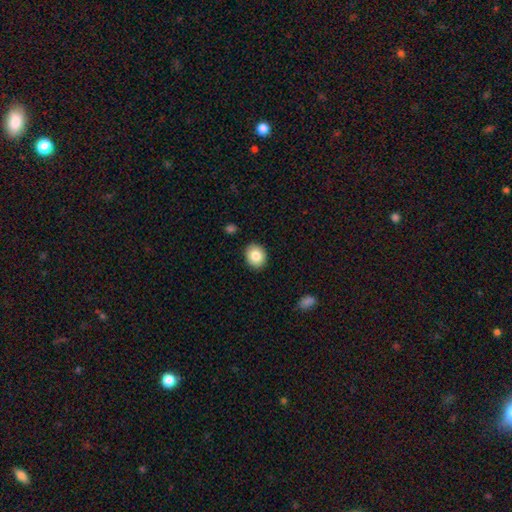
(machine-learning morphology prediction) Smooth or featured: smooth — 84% (star or artifact — 8%)
How rounded: round — 62% (in between — 37%)
Merging: none — 90% (minor disturbance — 7%)